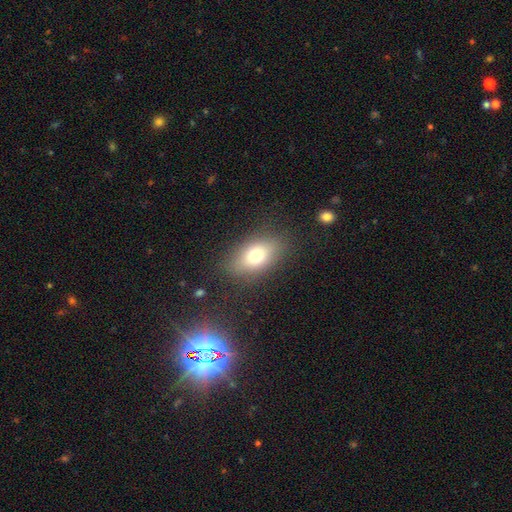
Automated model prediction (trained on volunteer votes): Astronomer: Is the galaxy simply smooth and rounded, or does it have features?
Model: smooth — 74%.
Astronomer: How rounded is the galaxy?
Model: in between — 84%.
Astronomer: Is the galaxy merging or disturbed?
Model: none — 82%.